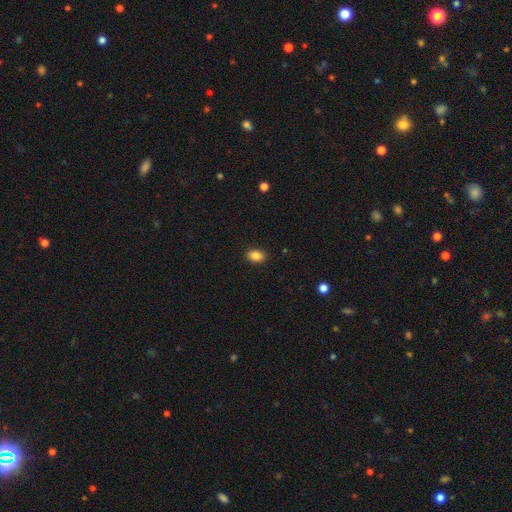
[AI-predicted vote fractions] Q: Smooth or featured?
A: smooth (86%); runner-up: star or artifact (9%)
Q: How rounded?
A: in between (79%); runner-up: round (20%)
Q: Merging?
A: none (89%); runner-up: minor disturbance (8%)